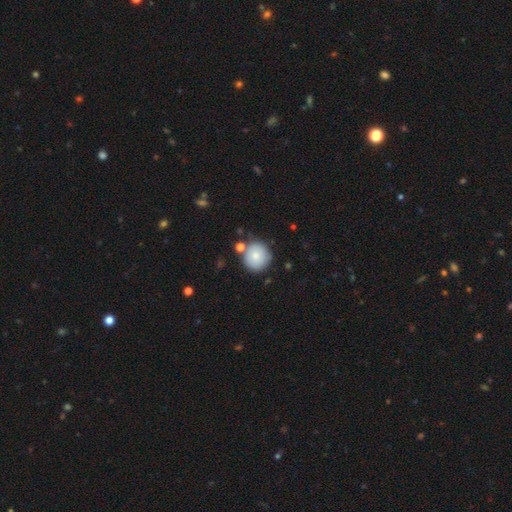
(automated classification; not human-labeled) Smooth or featured? smooth (81%)
How rounded? round (92%)
Merging? none (75%)